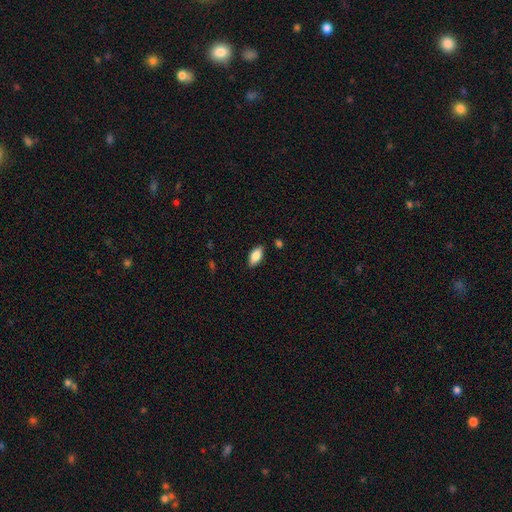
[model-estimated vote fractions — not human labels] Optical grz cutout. It shows a smooth galaxy with no disk features (85%) that is in between round and cigar-shaped (91%). Merging: none (85%).